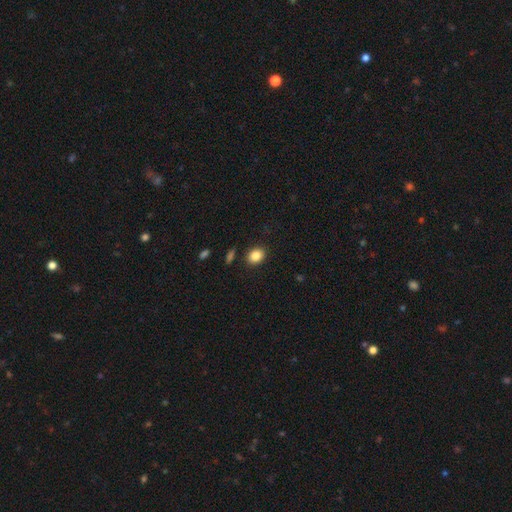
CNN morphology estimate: smooth-or-featured: smooth: 86% | star or artifact: 9% | featured or disk: 5%
  how-rounded: in between: 54% | round: 45% | cigar-shaped: 1%
  merging: none: 87% | minor disturbance: 8% | major disturbance: 2% | merger: 2%